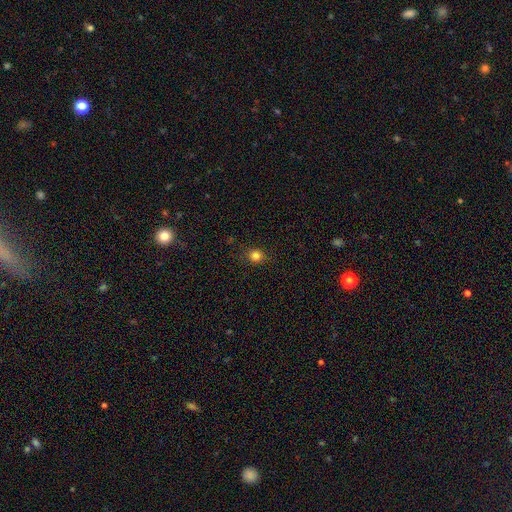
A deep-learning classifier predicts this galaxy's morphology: A smooth galaxy with no disk features (82%) that is round (83%).

Vote fractions:
- Smooth or featured? smooth: 82% / star or artifact: 13% / featured or disk: 5%
- How rounded? round: 83% / in between: 16% / cigar-shaped: 1%
- Merging? none: 86% / minor disturbance: 10% / major disturbance: 3% / merger: 1%